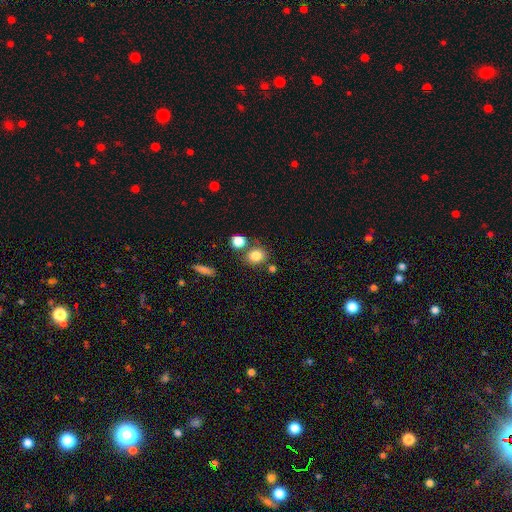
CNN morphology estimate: Smooth or featured? smooth (82%)
How rounded? round (68%)
Merging? none (69%)